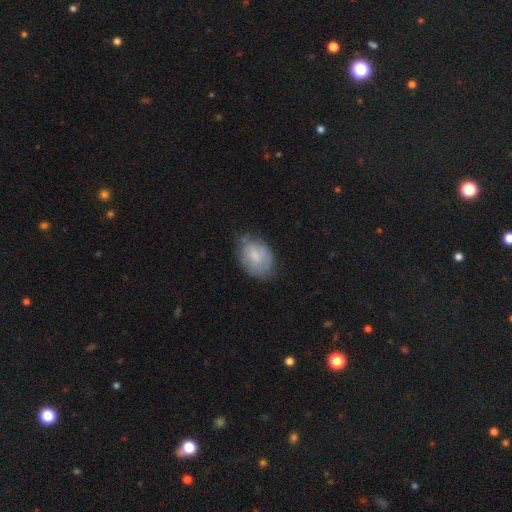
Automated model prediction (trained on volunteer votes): Smooth or featured? smooth (63%)
How rounded? in between (69%)
Merging? none (55%)